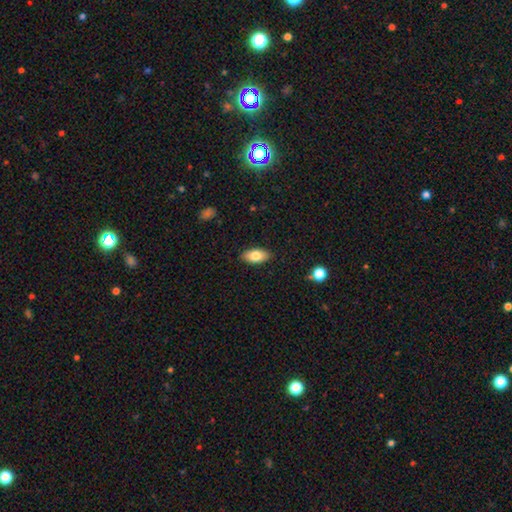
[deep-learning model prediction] Smooth or featured? smooth (80%)
How rounded? in between (91%)
Merging? none (87%)